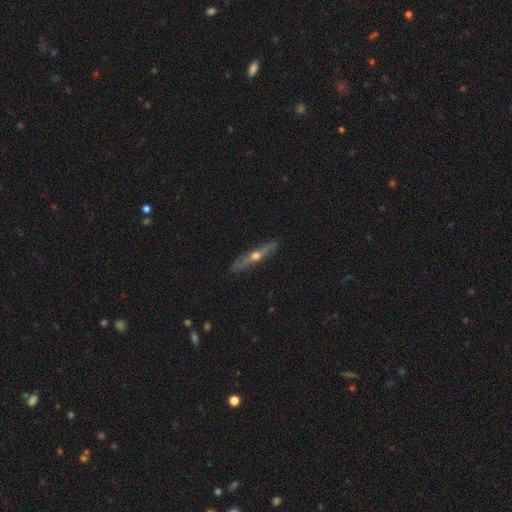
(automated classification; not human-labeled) Q: Smooth or featured?
A: featured or disk (72%); runner-up: smooth (22%)
Q: Edge-on disk?
A: yes (93%); runner-up: no (7%)
Q: Edge-on bulge?
A: rounded (91%); runner-up: none (7%)
Q: Merging?
A: none (88%); runner-up: minor disturbance (9%)